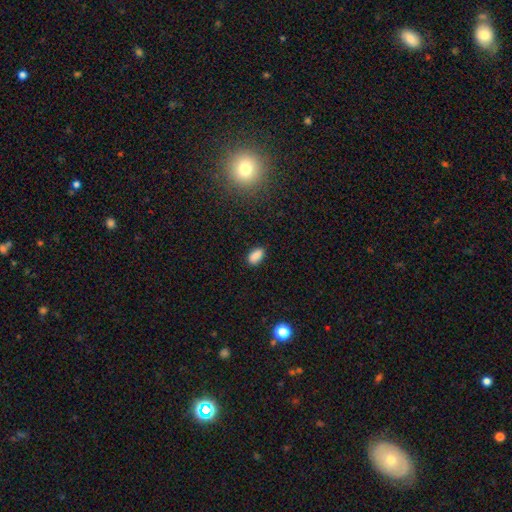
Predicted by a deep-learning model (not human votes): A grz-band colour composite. It shows a smooth galaxy with no disk features (87%) that is in between round and cigar-shaped (91%). Merging: none (82%).